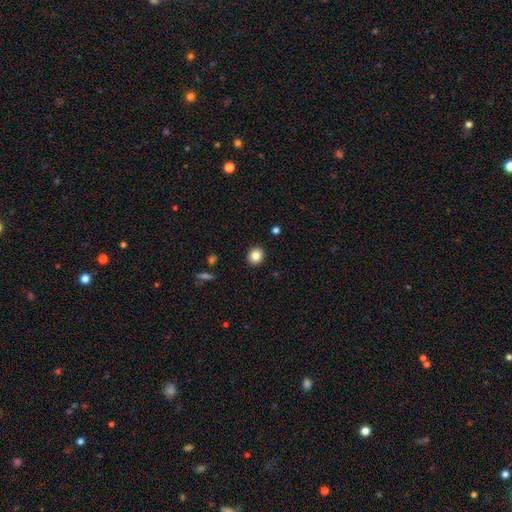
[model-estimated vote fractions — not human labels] This is clearly a smooth galaxy (84%). How rounded: likely round (69%). Merging: clearly none (91%).